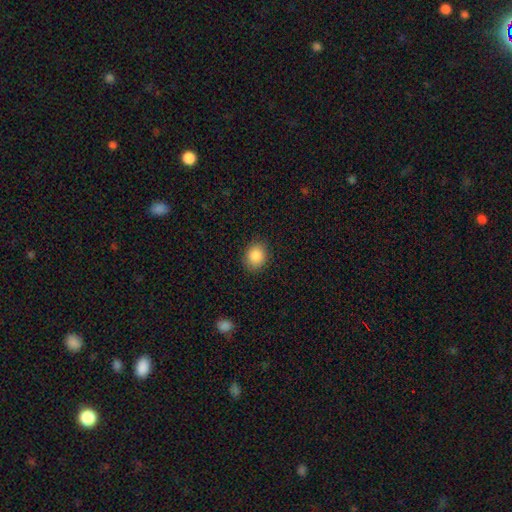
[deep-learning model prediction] smooth_or_featured: smooth (p=0.88) [alt: star or artifact p=0.08]
how_rounded: round (p=0.59) [alt: in between p=0.40]
merging: none (p=0.88) [alt: minor disturbance p=0.09]